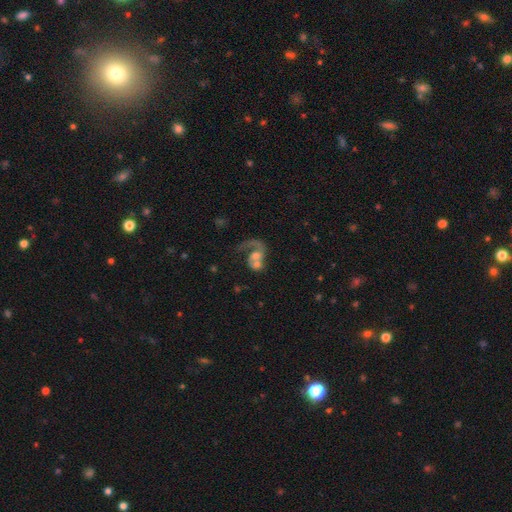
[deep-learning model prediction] Morphology: type=featured or disk (64%); edge-on=no (98%); bar=no (75%); spiral arms=yes (77%); bulge=moderate (47%); merging=merger (56%).